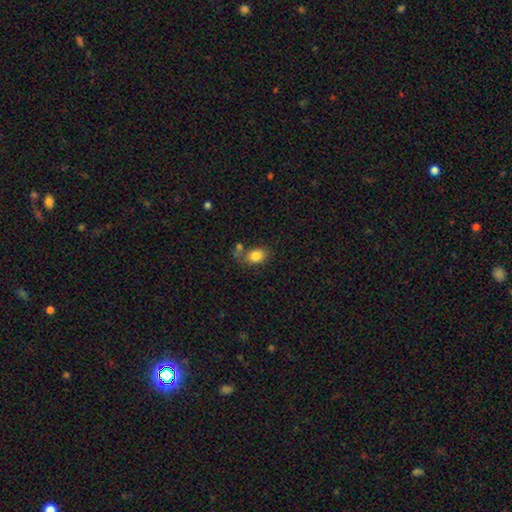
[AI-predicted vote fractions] Q: Smooth or featured?
A: smooth (84%); runner-up: star or artifact (9%)
Q: How rounded?
A: in between (71%); runner-up: round (28%)
Q: Merging?
A: none (58%); runner-up: minor disturbance (18%)